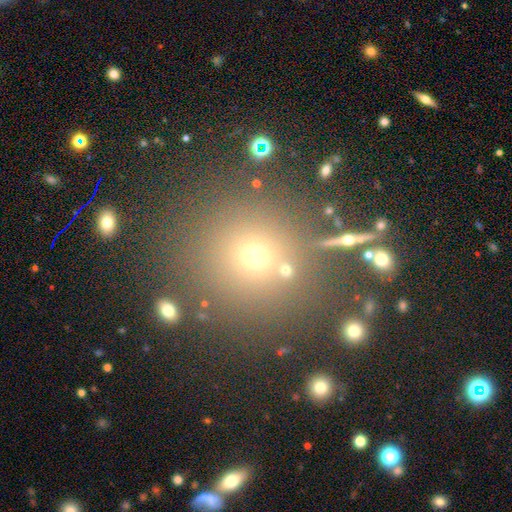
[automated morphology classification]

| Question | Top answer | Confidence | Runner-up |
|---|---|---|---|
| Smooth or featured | smooth | 67% | star or artifact (24%) |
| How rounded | round | 87% | in between (11%) |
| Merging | none | 77% | minor disturbance (9%) |